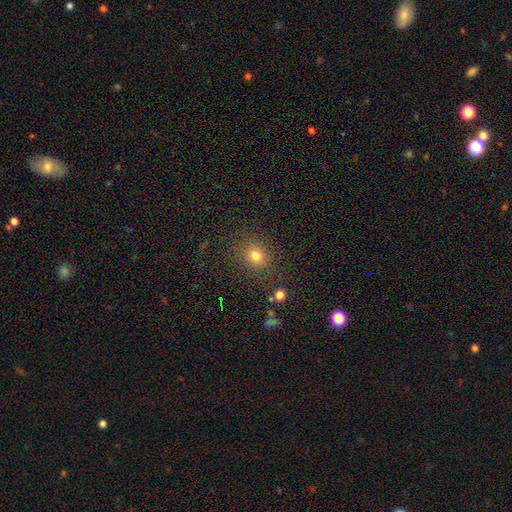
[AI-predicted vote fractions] Q: Smooth or featured?
A: smooth (78%); runner-up: star or artifact (16%)
Q: How rounded?
A: round (81%); runner-up: in between (18%)
Q: Merging?
A: none (85%); runner-up: minor disturbance (9%)